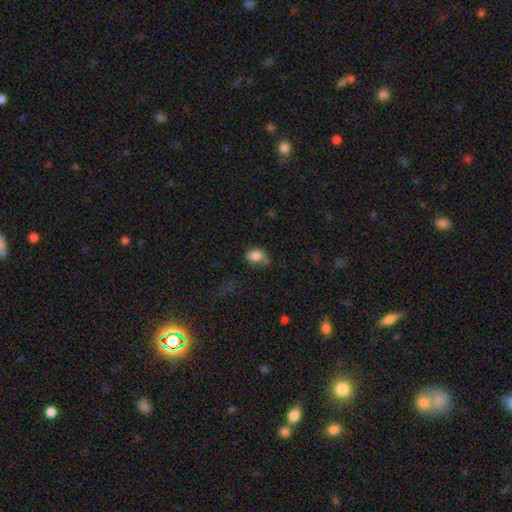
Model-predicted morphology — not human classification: This appears to be a smooth galaxy with no disk features (82%) that is in between round and cigar-shaped (79%). Merging: none (46%).